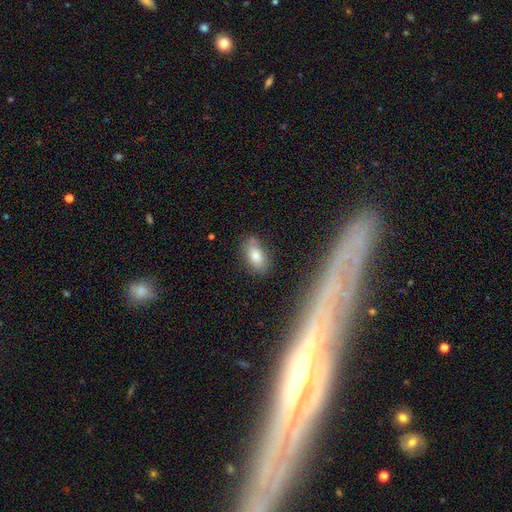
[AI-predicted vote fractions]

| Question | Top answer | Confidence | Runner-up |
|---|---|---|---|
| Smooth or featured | smooth | 78% | featured or disk (13%) |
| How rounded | in between | 90% | round (6%) |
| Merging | none | 74% | minor disturbance (17%) |